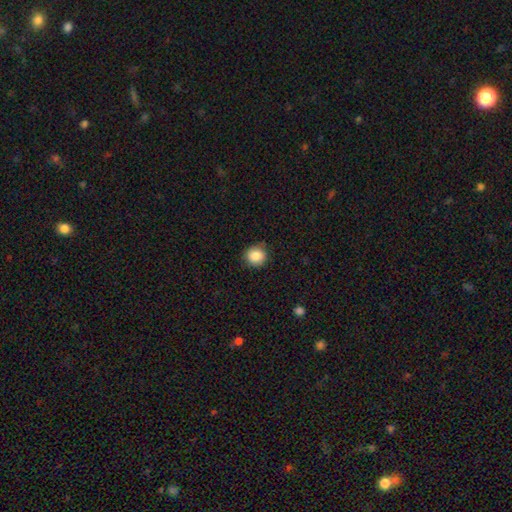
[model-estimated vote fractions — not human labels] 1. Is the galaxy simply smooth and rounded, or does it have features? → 87% smooth, 9% star or artifact, 4% featured or disk.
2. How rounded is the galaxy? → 86% round, 13% in between, 1% cigar-shaped.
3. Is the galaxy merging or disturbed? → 83% none, 14% minor disturbance, 3% major disturbance, 1% merger.